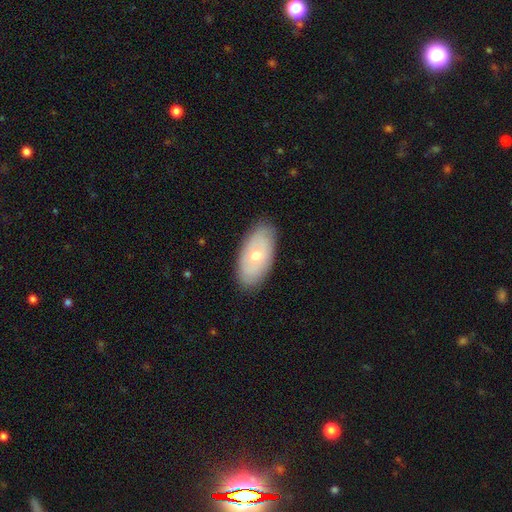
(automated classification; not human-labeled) Overall: smooth (52%; featured or disk 42%). How rounded: in between (93%). Merging: none (85%).